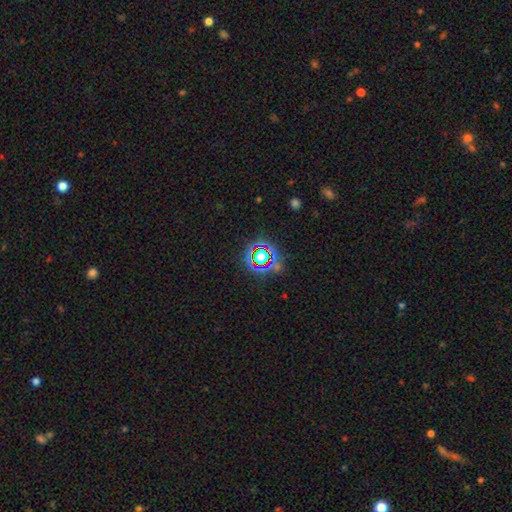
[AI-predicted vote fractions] The model was most divided on "smooth or featured": star or artifact: 76%, smooth: 15%, featured or disk: 9%.